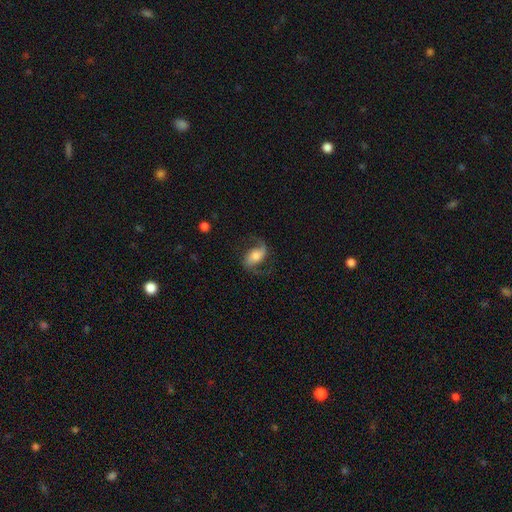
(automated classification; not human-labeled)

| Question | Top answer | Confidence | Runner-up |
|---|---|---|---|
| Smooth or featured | featured or disk | 72% | smooth (21%) |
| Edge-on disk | no | 96% | yes (4%) |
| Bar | no | 36% | weak (35%) |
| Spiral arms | yes | 93% | no (7%) |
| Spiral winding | loose | 58% | medium (34%) |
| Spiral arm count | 2 | 90% | 1 (4%) |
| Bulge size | moderate | 53% | small (23%) |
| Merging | none | 71% | minor disturbance (16%) |